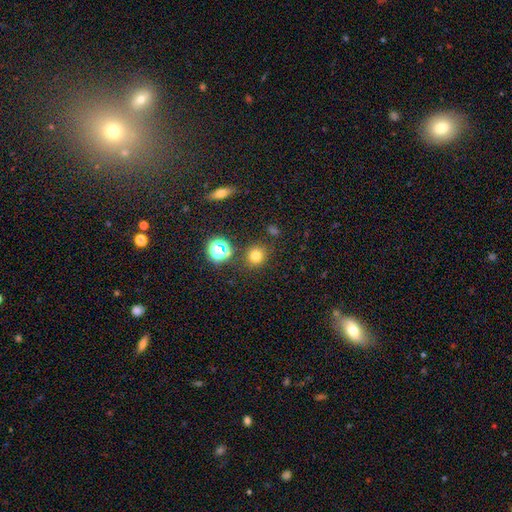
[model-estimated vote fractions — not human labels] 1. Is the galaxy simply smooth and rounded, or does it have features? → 73% smooth, 21% star or artifact, 7% featured or disk.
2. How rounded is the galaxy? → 88% round, 11% in between, 1% cigar-shaped.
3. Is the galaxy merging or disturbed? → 83% none, 9% minor disturbance, 5% merger, 3% major disturbance.